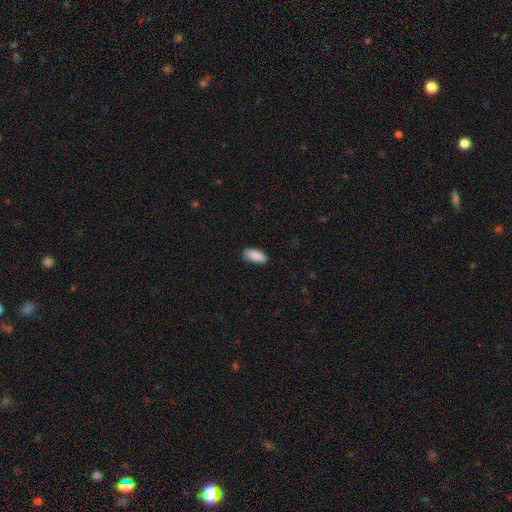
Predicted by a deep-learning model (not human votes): This is clearly a smooth galaxy (89%). How rounded: clearly in between (88%). Merging: clearly none (83%).